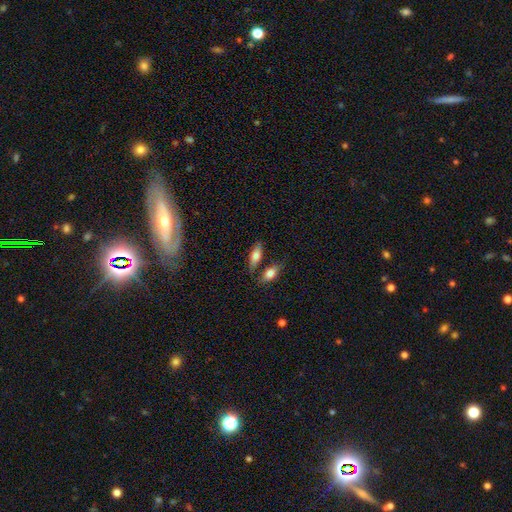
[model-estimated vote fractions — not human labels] Smooth or featured: smooth — 75% (featured or disk — 18%)
How rounded: in between — 71% (cigar-shaped — 26%)
Merging: none — 64% (merger — 19%)